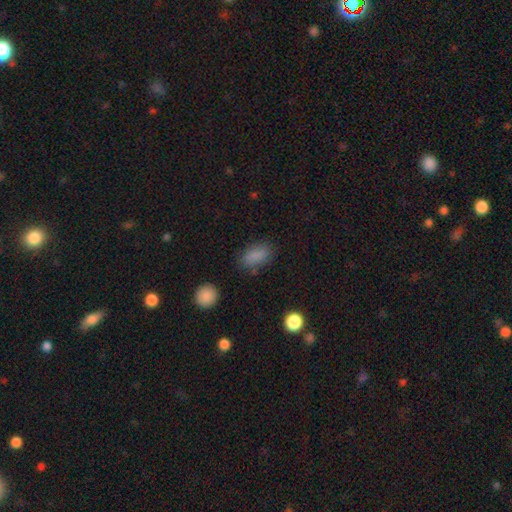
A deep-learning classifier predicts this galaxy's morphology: smooth_or_featured: smooth (p=0.85) [alt: star or artifact p=0.10]
how_rounded: in between (p=0.89) [alt: round p=0.06]
merging: none (p=0.79) [alt: minor disturbance p=0.14]